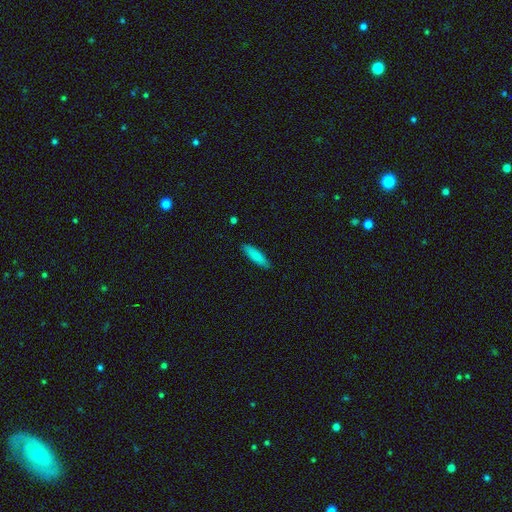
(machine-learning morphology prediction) type=smooth (85%); roundness=cigar-shaped (71%); merging=none (88%).